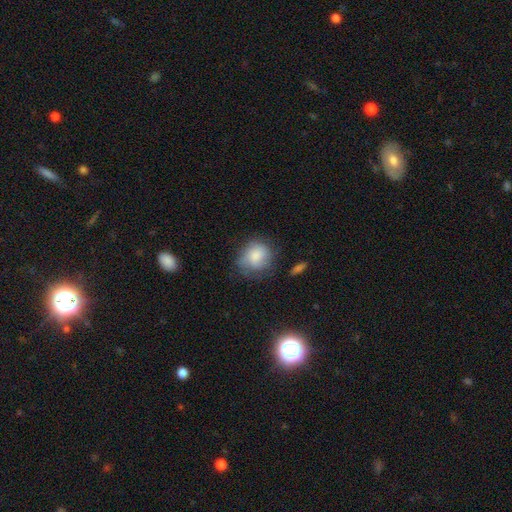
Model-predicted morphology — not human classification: A smooth galaxy with no disk features (78%) that is round (78%). Merging: none (58%).